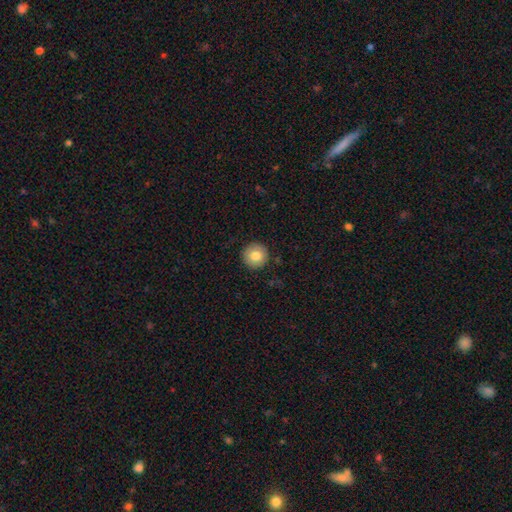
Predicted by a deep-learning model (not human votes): Q: Smooth or featured?
A: smooth (81%); runner-up: featured or disk (11%)
Q: How rounded?
A: round (95%); runner-up: in between (4%)
Q: Merging?
A: none (91%); runner-up: minor disturbance (6%)